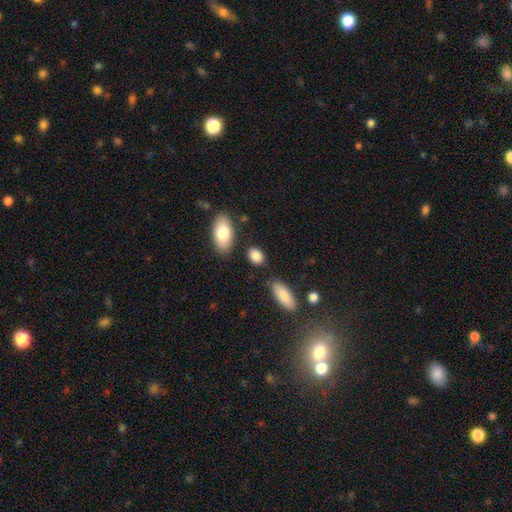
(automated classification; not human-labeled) Morphology: type=smooth (88%); roundness=in between (79%); merging=none (80%).